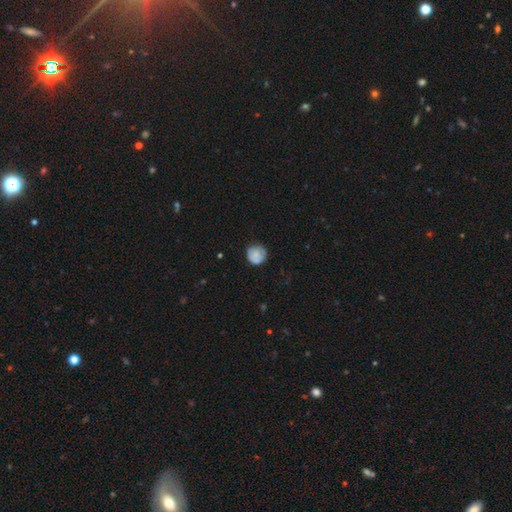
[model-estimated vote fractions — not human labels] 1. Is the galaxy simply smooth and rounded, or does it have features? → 76% smooth, 16% featured or disk, 8% star or artifact.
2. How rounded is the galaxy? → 91% round, 8% in between, 1% cigar-shaped.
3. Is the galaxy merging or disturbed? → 75% none, 19% minor disturbance, 4% major disturbance, 1% merger.